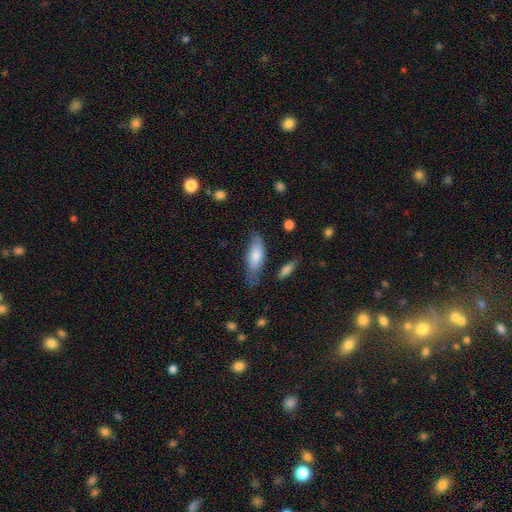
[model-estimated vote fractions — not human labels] A smooth galaxy with no disk features (75%) that is in between round and cigar-shaped (67%). Merging: none (58%).